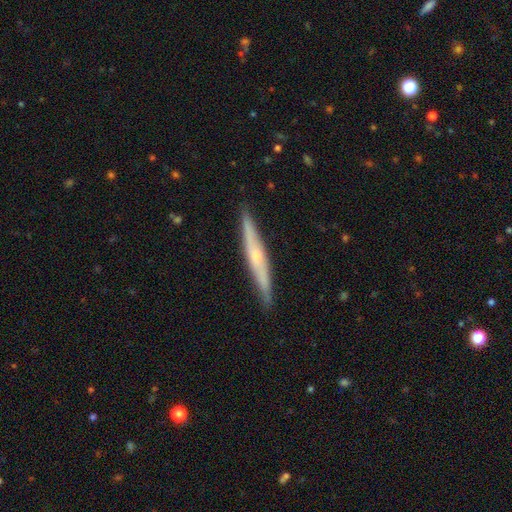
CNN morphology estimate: A featured or disk galaxy (62%) viewed edge-on (93%) with a rounded central bulge (66%). Merging: none (87%).